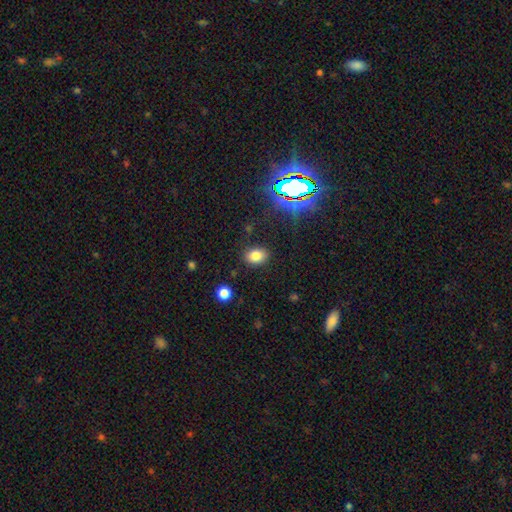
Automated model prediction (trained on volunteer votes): The model was most divided on "how rounded": in between: 70%, round: 29%, cigar-shaped: 1%. More confident: merging — none (85%); smooth or featured — smooth (78%).